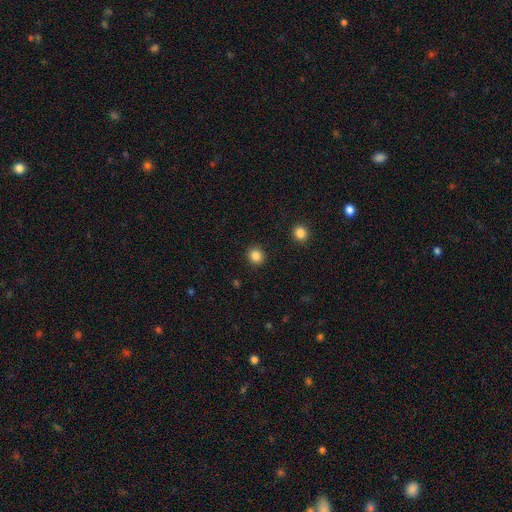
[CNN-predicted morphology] Overall: smooth (86%). How rounded: round (88%). Merging: none (91%).